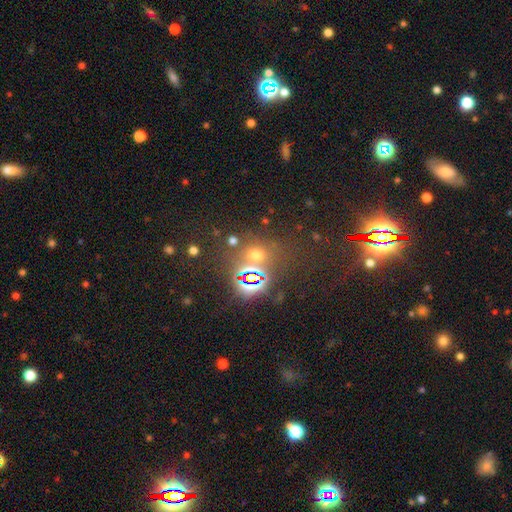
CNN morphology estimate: Overall: star or artifact (46%; smooth 45%).